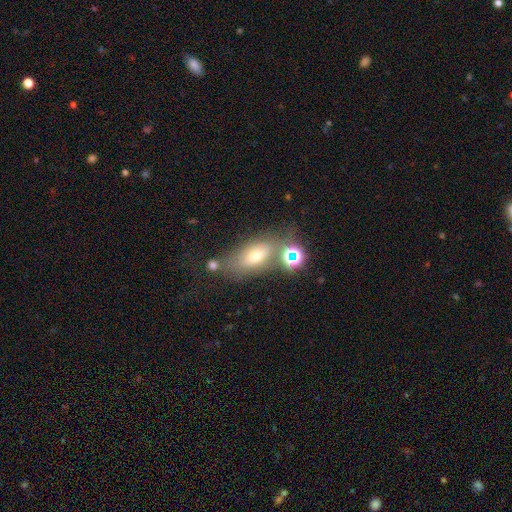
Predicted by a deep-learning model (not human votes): smooth_or_featured: smooth (p=0.59) [alt: featured or disk p=0.24]
how_rounded: in between (p=0.78) [alt: round p=0.13]
merging: none (p=0.54) [alt: minor disturbance p=0.19]